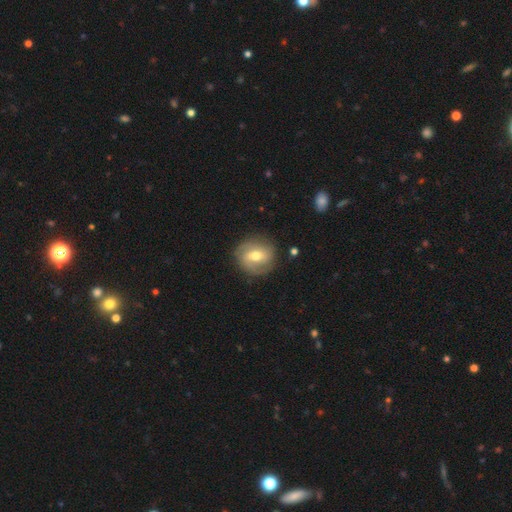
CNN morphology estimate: This is possibly a featured or disk galaxy (52%). It is clearly not viewed edge-on (95%). Merging: clearly none (80%).